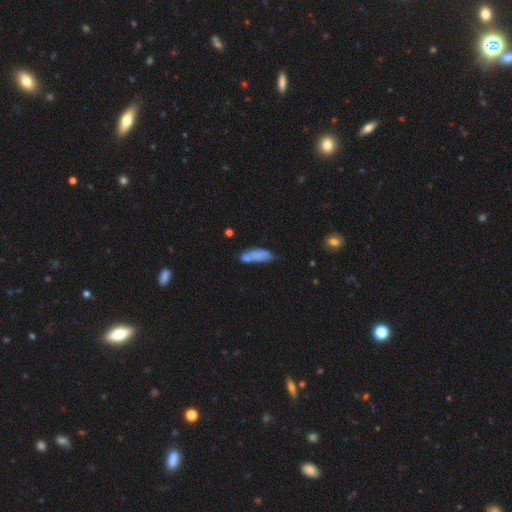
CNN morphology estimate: Smooth or featured: smooth — 68% (featured or disk — 23%)
How rounded: in between — 62% (cigar-shaped — 35%)
Merging: none — 40% (minor disturbance — 28%)